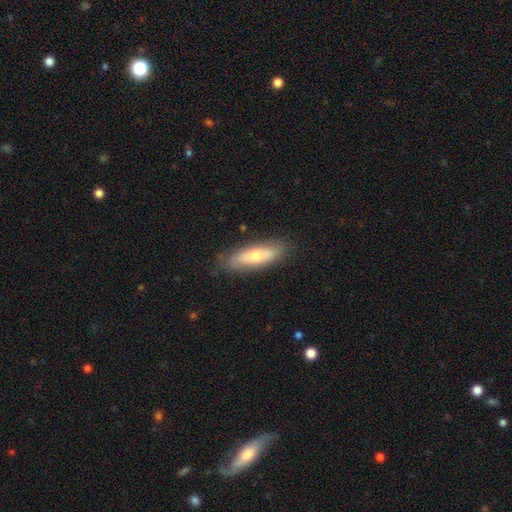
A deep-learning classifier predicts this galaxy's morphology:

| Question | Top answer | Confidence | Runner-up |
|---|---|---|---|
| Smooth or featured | smooth | 51% | featured or disk (44%) |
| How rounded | in between | 57% | cigar-shaped (40%) |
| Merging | none | 80% | minor disturbance (15%) |